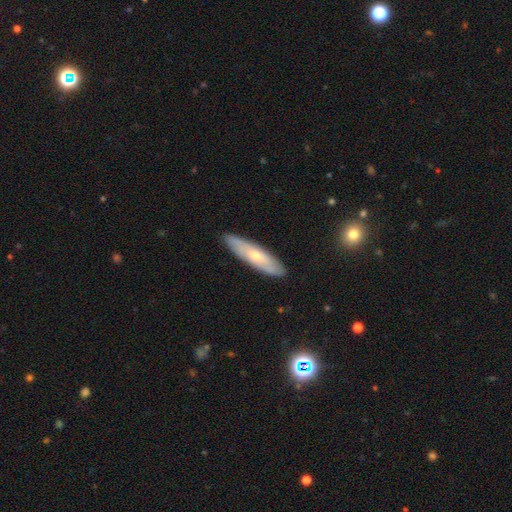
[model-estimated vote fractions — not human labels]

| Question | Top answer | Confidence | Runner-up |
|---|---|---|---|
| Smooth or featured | featured or disk | 50% | smooth (44%) |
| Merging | none | 87% | minor disturbance (10%) |